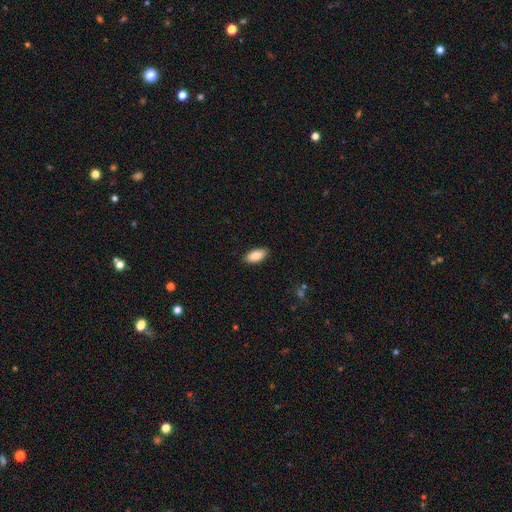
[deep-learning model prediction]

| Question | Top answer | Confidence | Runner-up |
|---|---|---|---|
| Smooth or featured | smooth | 87% | star or artifact (6%) |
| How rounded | in between | 91% | cigar-shaped (7%) |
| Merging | none | 89% | minor disturbance (9%) |